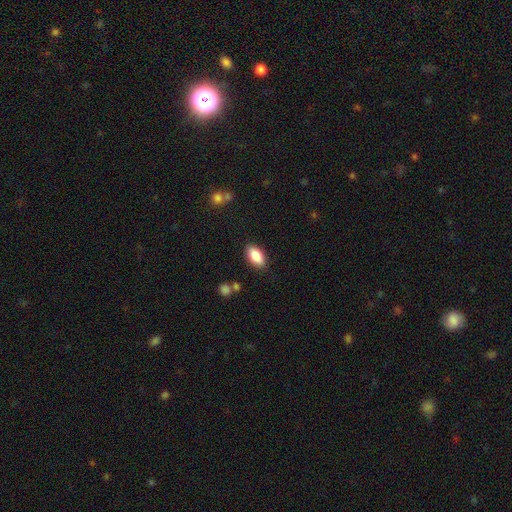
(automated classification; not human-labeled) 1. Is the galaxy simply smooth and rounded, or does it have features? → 86% smooth, 7% featured or disk, 7% star or artifact.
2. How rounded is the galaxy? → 92% in between, 5% cigar-shaped, 3% round.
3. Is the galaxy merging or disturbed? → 86% none, 10% minor disturbance, 2% major disturbance, 2% merger.